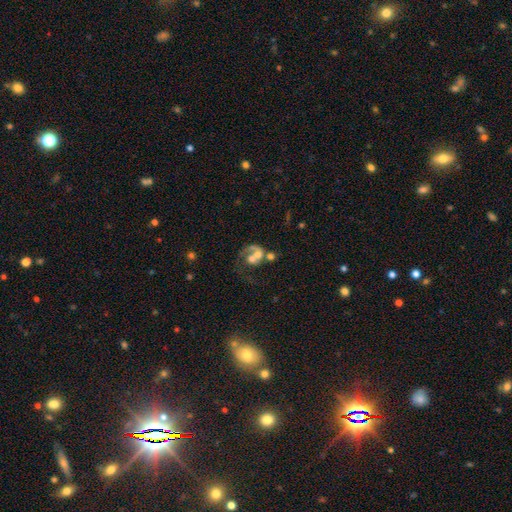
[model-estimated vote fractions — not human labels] Smooth or featured? featured or disk (63%)
Edge-on disk? no (98%)
Bar? no (78%)
Spiral arms? yes (71%)
Bulge size? moderate (46%)
Merging? merger (53%)